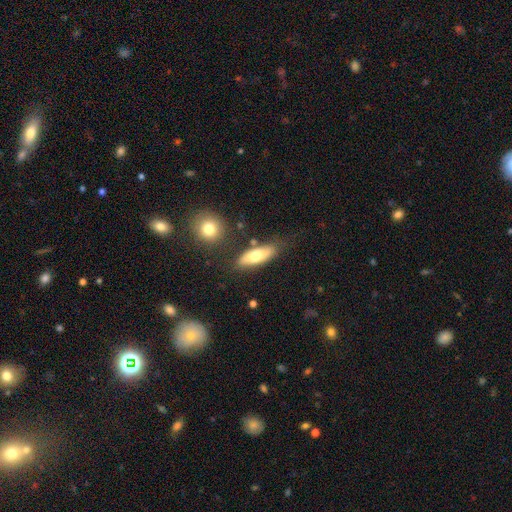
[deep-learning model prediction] smooth_or_featured: smooth (p=0.67) [alt: featured or disk p=0.26]
how_rounded: in between (p=0.71) [alt: cigar-shaped p=0.26]
merging: none (p=0.73) [alt: minor disturbance p=0.16]